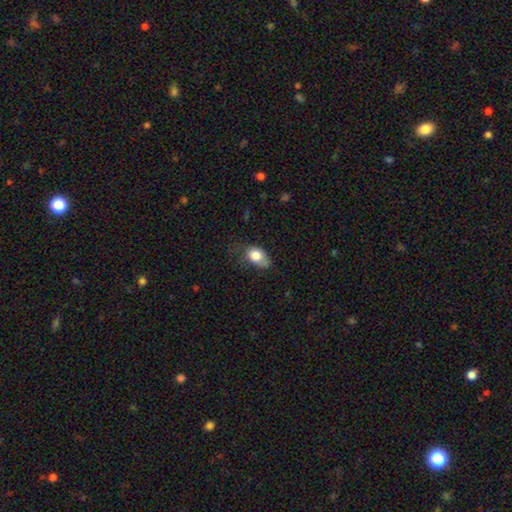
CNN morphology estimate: Q: Smooth or featured?
A: smooth (80%); runner-up: featured or disk (13%)
Q: How rounded?
A: in between (76%); runner-up: round (22%)
Q: Merging?
A: minor disturbance (39%); runner-up: none (34%)